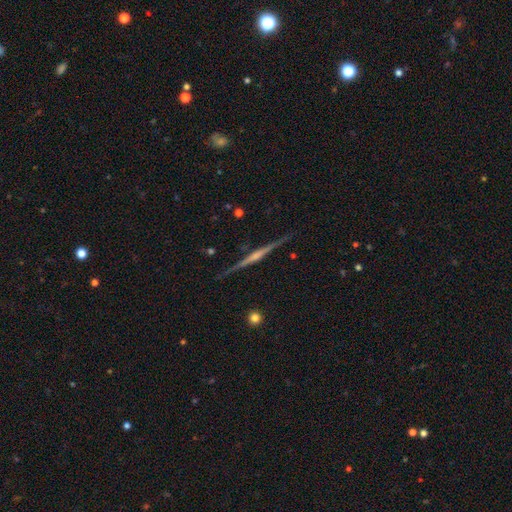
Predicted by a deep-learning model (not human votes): This appears to be a featured or disk galaxy (82%) viewed edge-on (98%) with a rounded central bulge (64%). Merging: none (88%).